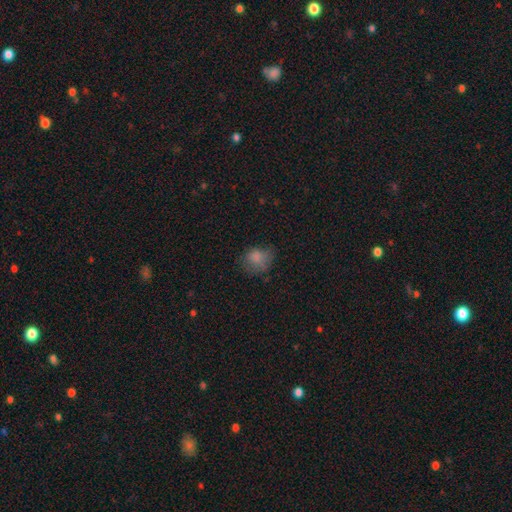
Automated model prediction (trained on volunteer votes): Smooth or featured?
  - smooth: 74% *
  - star or artifact: 16%
  - featured or disk: 10%
How rounded?
  - round: 57% *
  - in between: 42%
  - cigar-shaped: 1%
Merging?
  - none: 64% *
  - minor disturbance: 24%
  - major disturbance: 11%
  - merger: 2%